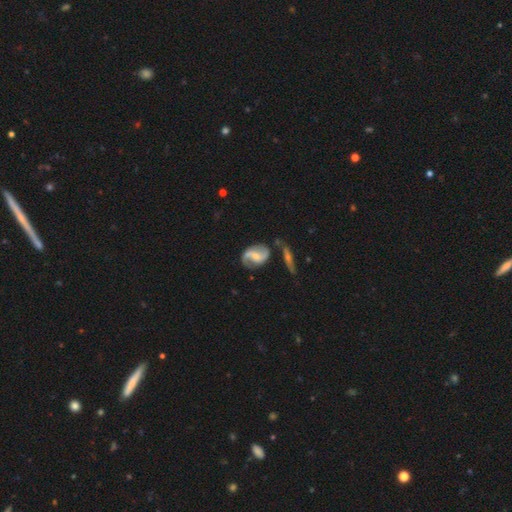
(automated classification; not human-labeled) A featured or disk galaxy (86%) with a weak bar (45%), 2 (92%) medium (47%) spiral arms (96%) and a small central bulge (51%).

Vote fractions:
- Smooth or featured? featured or disk: 86% / smooth: 10% / star or artifact: 5%
- Edge-on disk? no: 97% / yes: 3%
- Bar? weak: 45% / no: 32% / strong: 23%
- Spiral arms? yes: 96% / no: 4%
- Spiral winding? medium: 47% / loose: 38% / tight: 14%
- Spiral arm count? 2: 92% / can't tell: 3% / 1: 2% / 3: 1% / 4: 1% / more than 4: 1%
- Bulge size? small: 51% / moderate: 38% / none: 7% / large: 3% / dominant: 1%
- Merging? none: 71% / minor disturbance: 16% / merger: 7% / major disturbance: 6%